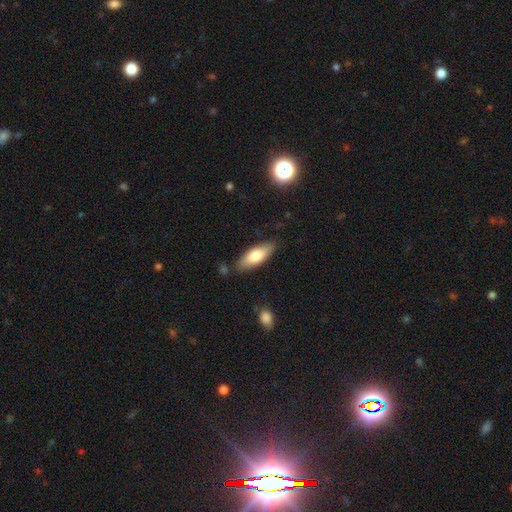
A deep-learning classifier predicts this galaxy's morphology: Smooth or featured? Predicted: smooth (p=0.76). How rounded? Predicted: in between (p=0.70). Merging? Predicted: none (p=0.82).